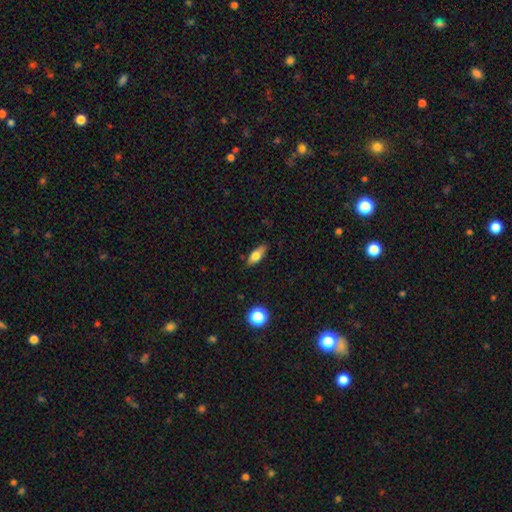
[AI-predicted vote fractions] Overall: smooth (66%; featured or disk 27%). How rounded: in between (68%). Merging: none (84%).